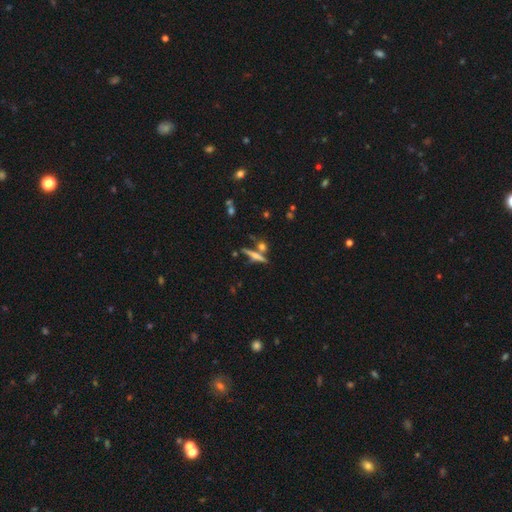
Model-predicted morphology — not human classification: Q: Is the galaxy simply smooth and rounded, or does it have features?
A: featured or disk — 53%.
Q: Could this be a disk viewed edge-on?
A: yes — 94%.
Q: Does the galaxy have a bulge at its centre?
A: rounded — 67%.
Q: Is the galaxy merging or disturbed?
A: none — 69%.